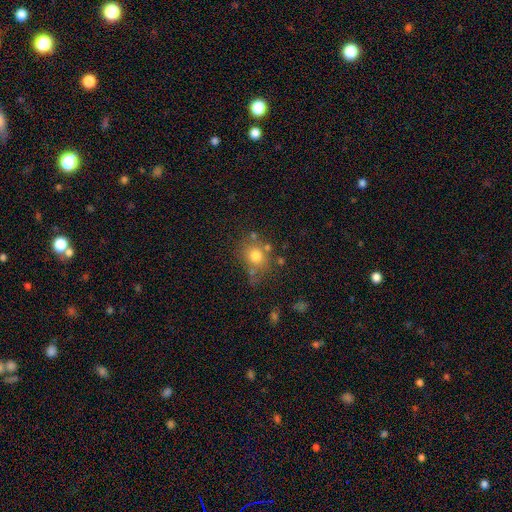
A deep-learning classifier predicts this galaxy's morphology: Overall: smooth (74%). How rounded: round (68%; in between 31%). Merging: none (60%; minor disturbance 20%).